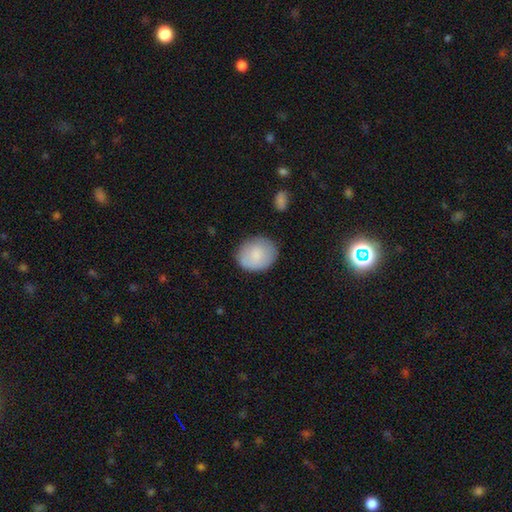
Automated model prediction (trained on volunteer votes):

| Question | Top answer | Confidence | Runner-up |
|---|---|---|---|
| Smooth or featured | smooth | 80% | featured or disk (13%) |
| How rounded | round | 61% | in between (38%) |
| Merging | none | 78% | minor disturbance (16%) |